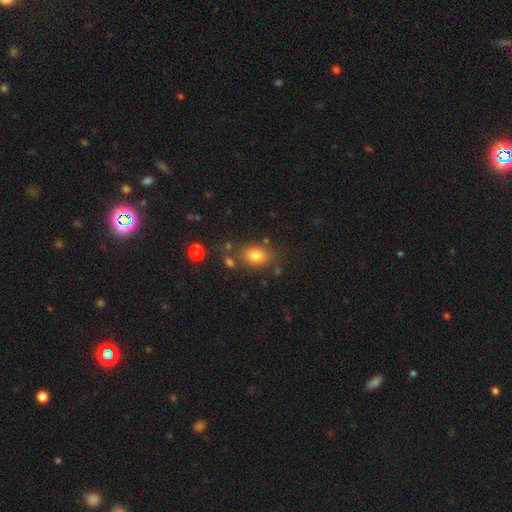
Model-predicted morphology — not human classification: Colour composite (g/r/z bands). It shows a smooth galaxy with no disk features (79%) that is in between round and cigar-shaped (68%). Merging: none (74%).